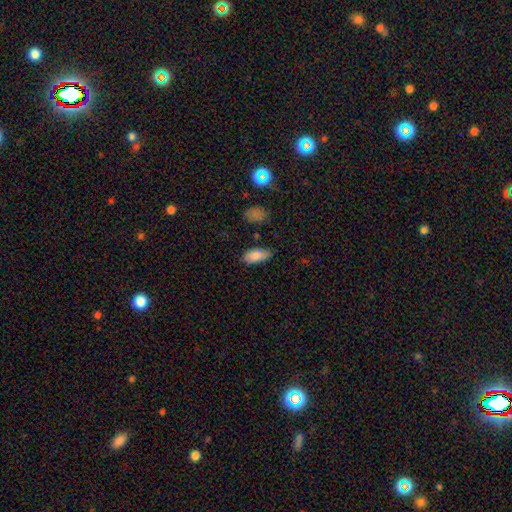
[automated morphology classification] smooth 83%, featured or disk 9%, star or artifact 8%. Down the decision tree: how rounded — in between (86%); merging — none (70%).